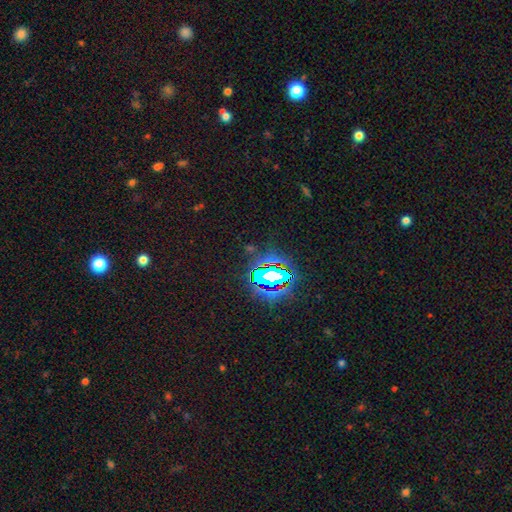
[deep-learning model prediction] smooth_or_featured: star or artifact (p=0.80) [alt: smooth p=0.12]